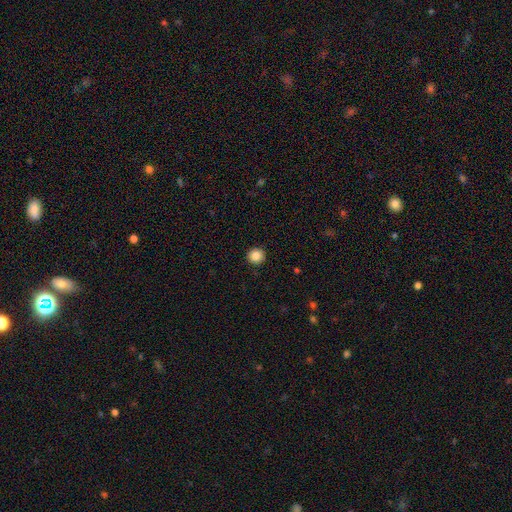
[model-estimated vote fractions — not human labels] Overall: smooth (86%). How rounded: round (94%). Merging: none (93%).